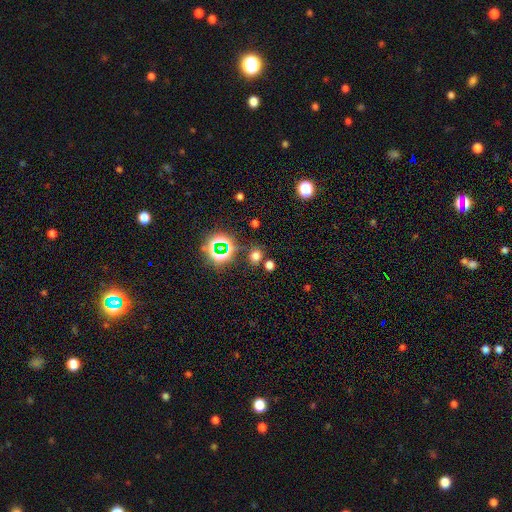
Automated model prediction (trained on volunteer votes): Overall: smooth (63%; star or artifact 31%). How rounded: round (74%). Merging: none (80%).